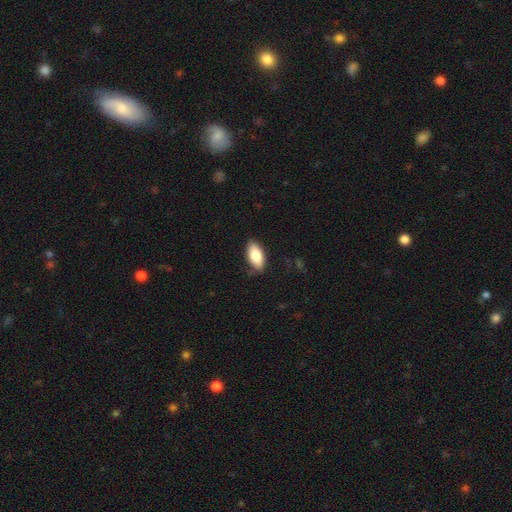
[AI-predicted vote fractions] Smooth or featured: smooth — 83% (featured or disk — 11%)
How rounded: in between — 89% (cigar-shaped — 8%)
Merging: none — 81% (minor disturbance — 16%)